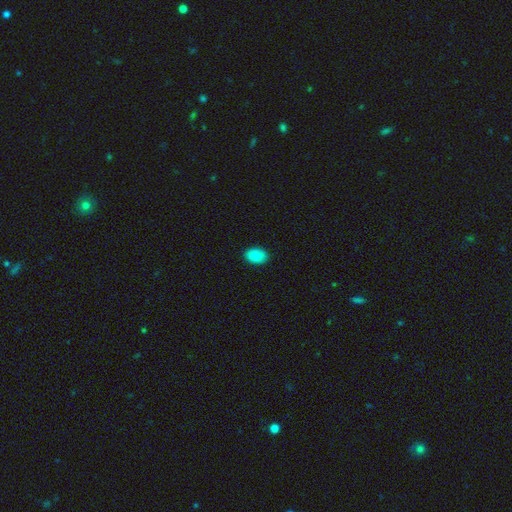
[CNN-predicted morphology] Smooth or featured?
  - smooth: 89% *
  - star or artifact: 8%
  - featured or disk: 3%
How rounded?
  - in between: 83% *
  - round: 16%
  - cigar-shaped: 1%
Merging?
  - none: 89% *
  - minor disturbance: 8%
  - major disturbance: 2%
  - merger: 1%